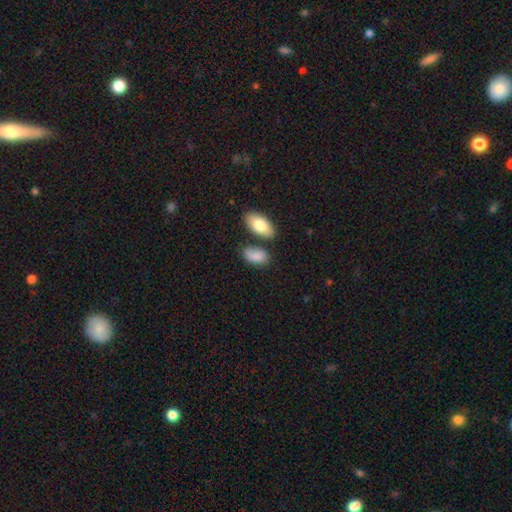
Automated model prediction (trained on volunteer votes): Smooth or featured? smooth (85%)
How rounded? in between (93%)
Merging? none (61%)